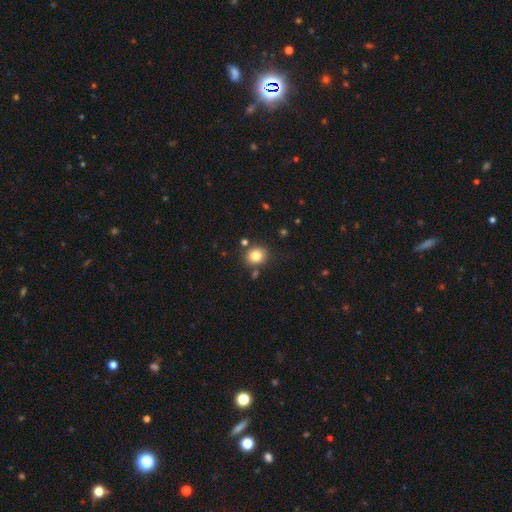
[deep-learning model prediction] A smooth galaxy with no disk features (81%) that is round (79%).

Vote fractions:
- Smooth or featured? smooth: 81% / star or artifact: 11% / featured or disk: 8%
- How rounded? round: 79% / in between: 20% / cigar-shaped: 1%
- Merging? none: 81% / minor disturbance: 9% / merger: 7% / major disturbance: 3%